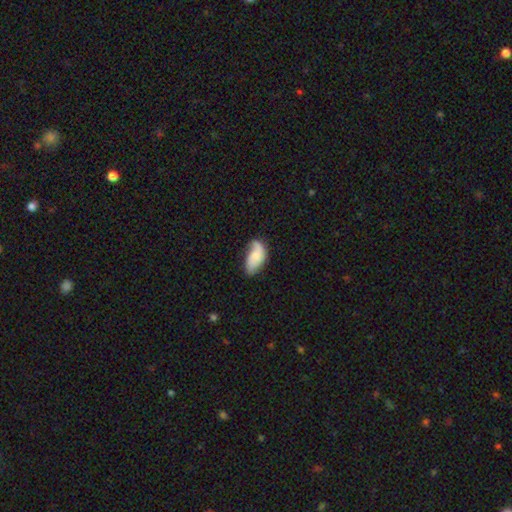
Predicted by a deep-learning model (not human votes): Overall: smooth (53%; featured or disk 40%). How rounded: in between (93%). Merging: none (44%; minor disturbance 36%).